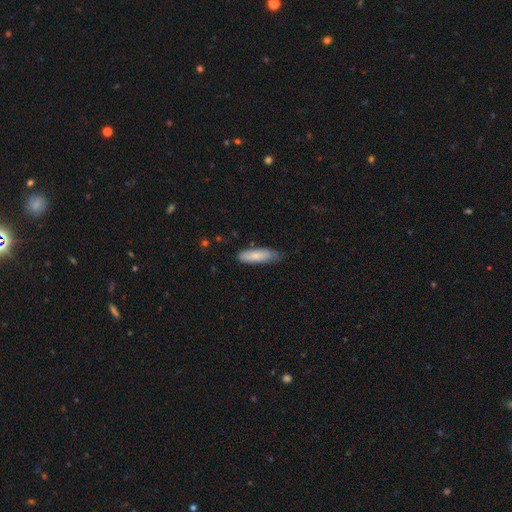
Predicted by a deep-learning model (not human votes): Q: Smooth or featured?
A: smooth (80%); runner-up: featured or disk (14%)
Q: How rounded?
A: in between (51%); runner-up: cigar-shaped (47%)
Q: Merging?
A: none (64%); runner-up: minor disturbance (30%)